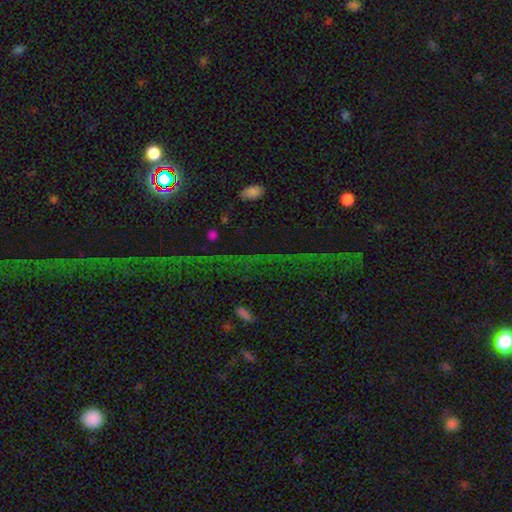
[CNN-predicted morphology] A star or artifact, not a galaxy (61%).